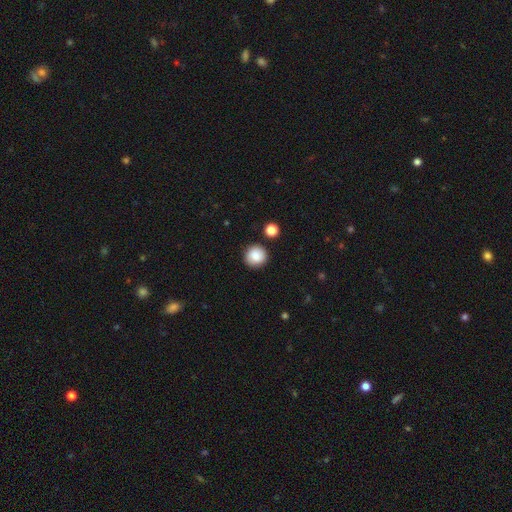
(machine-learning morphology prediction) This is clearly a smooth galaxy (86%). How rounded: clearly round (93%). Merging: clearly none (88%).